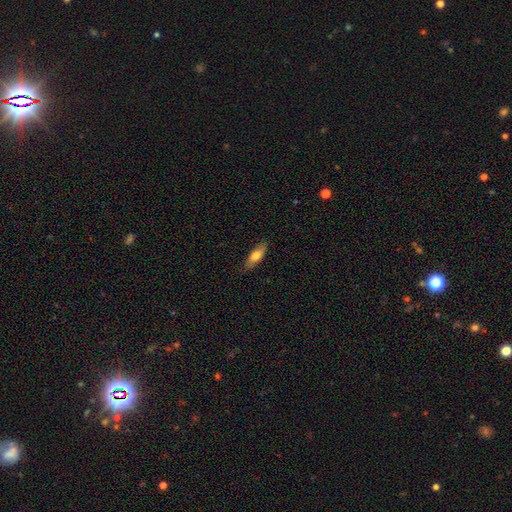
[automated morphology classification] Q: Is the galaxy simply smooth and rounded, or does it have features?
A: smooth — 69%.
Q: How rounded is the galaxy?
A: in between — 52%.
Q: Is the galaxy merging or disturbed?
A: none — 84%.